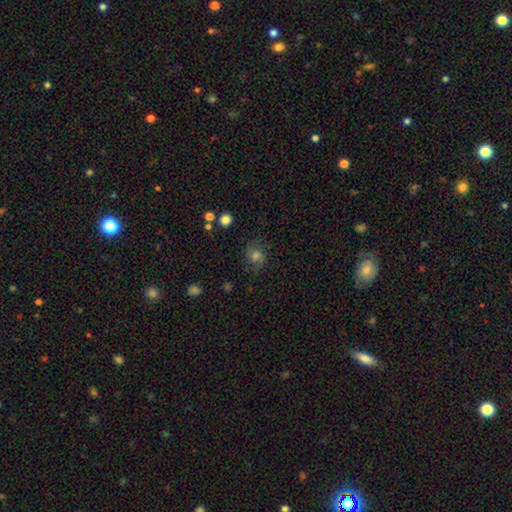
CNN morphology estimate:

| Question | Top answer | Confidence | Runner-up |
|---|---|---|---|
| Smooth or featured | smooth | 57% | featured or disk (22%) |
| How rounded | round | 68% | in between (31%) |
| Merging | none | 74% | minor disturbance (17%) |